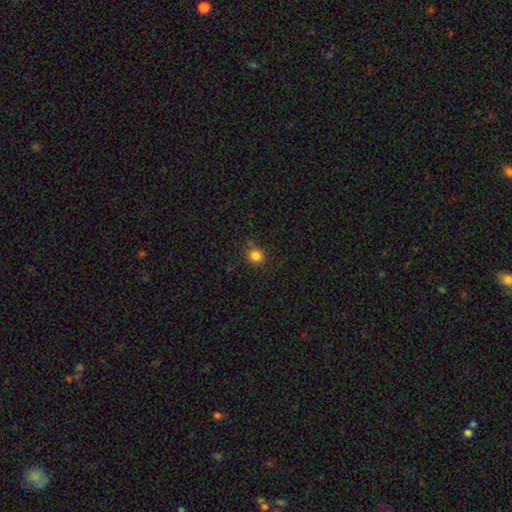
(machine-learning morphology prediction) This is clearly a smooth galaxy (84%). How rounded: clearly round (87%). Merging: clearly none (81%).